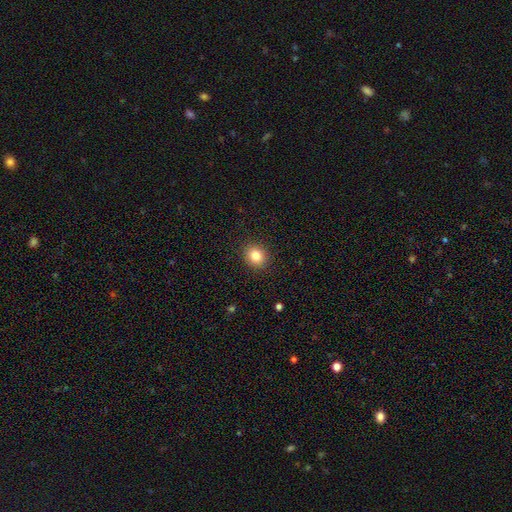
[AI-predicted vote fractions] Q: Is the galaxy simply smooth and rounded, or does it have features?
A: smooth — 83%.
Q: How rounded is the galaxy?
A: round — 69%.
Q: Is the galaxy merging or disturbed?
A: none — 90%.